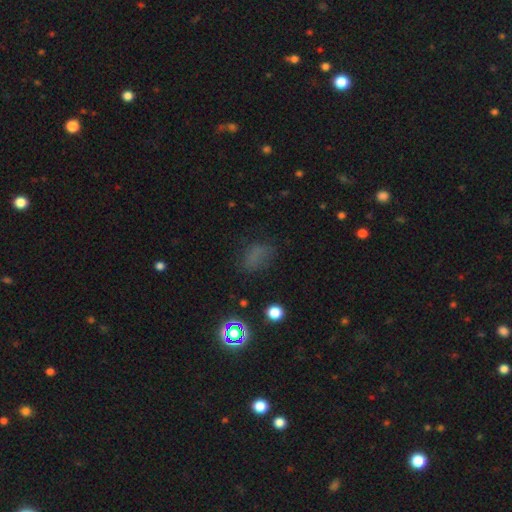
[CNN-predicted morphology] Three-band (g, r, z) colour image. It shows a smooth galaxy with no disk features (60%) that is in between round and cigar-shaped (73%). Merging: none (65%).